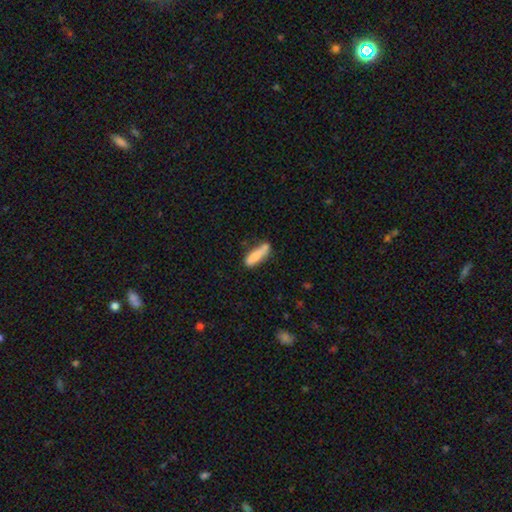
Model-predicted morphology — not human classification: Smooth or featured?
  - smooth: 78% *
  - featured or disk: 16%
  - star or artifact: 6%
How rounded?
  - cigar-shaped: 67% *
  - in between: 32%
  - round: 2%
Merging?
  - none: 57% *
  - minor disturbance: 24%
  - merger: 13%
  - major disturbance: 6%